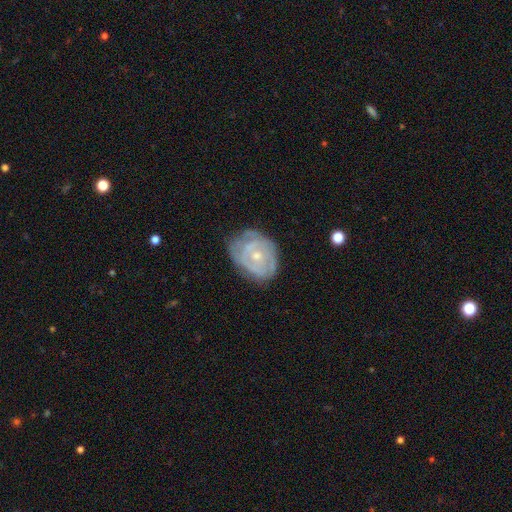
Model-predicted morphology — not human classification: This appears to be a featured or disk galaxy (73%) with no bar (76%), tight (66%) spiral arms (75%) and a small central bulge (58%). Merging: none (63%).